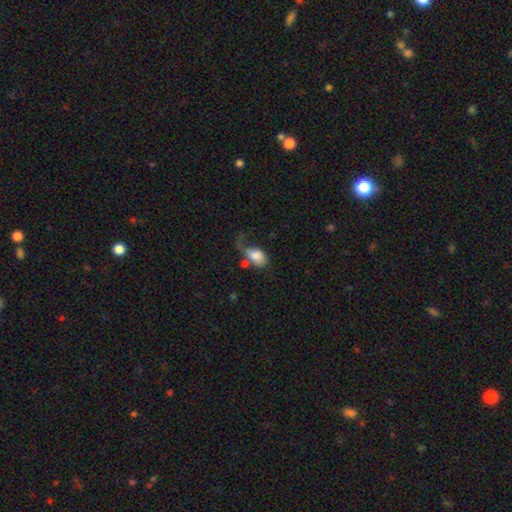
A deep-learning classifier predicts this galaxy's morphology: Q: Smooth or featured?
A: smooth (69%); runner-up: featured or disk (23%)
Q: How rounded?
A: in between (83%); runner-up: round (15%)
Q: Merging?
A: major disturbance (44%); runner-up: none (23%)